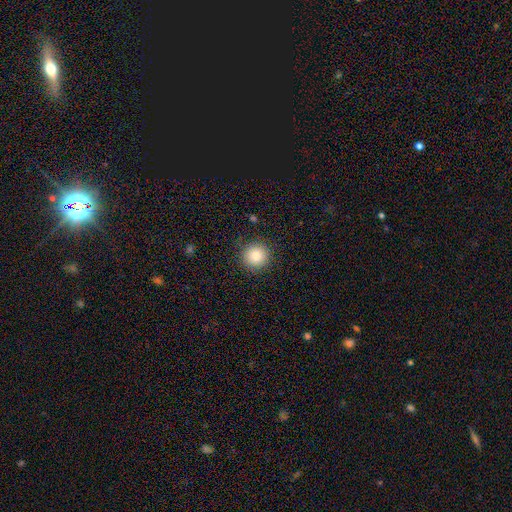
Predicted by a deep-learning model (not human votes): smooth-or-featured: smooth: 84% | star or artifact: 10% | featured or disk: 6%
  how-rounded: round: 94% | in between: 5% | cigar-shaped: 1%
  merging: none: 90% | minor disturbance: 7% | major disturbance: 2% | merger: 1%